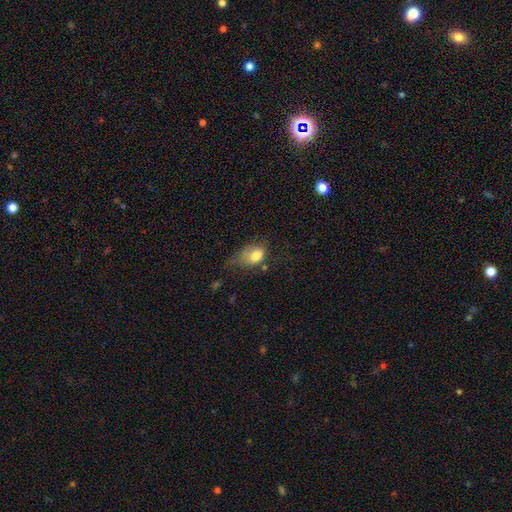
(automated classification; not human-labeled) Morphology: type=smooth (79%); roundness=in between (77%); merging=minor disturbance (35%).